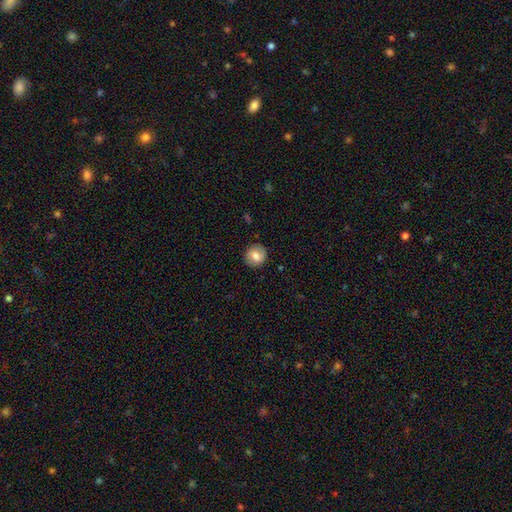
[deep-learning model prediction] Morphology: type=smooth (63%); roundness=round (87%); merging=none (87%).